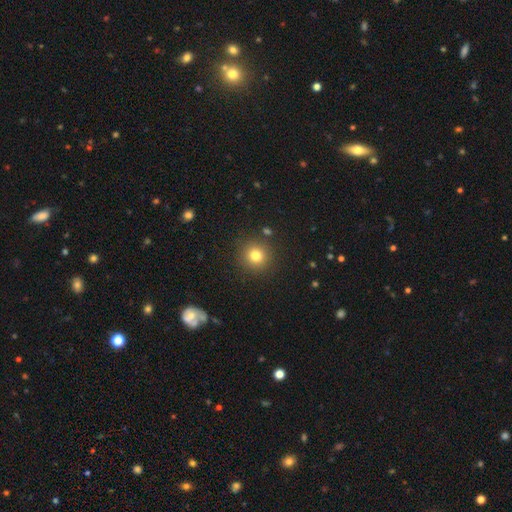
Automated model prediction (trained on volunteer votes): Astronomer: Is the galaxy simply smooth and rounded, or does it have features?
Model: smooth — 79%.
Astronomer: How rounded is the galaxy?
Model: round — 93%.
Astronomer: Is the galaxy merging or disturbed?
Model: none — 88%.